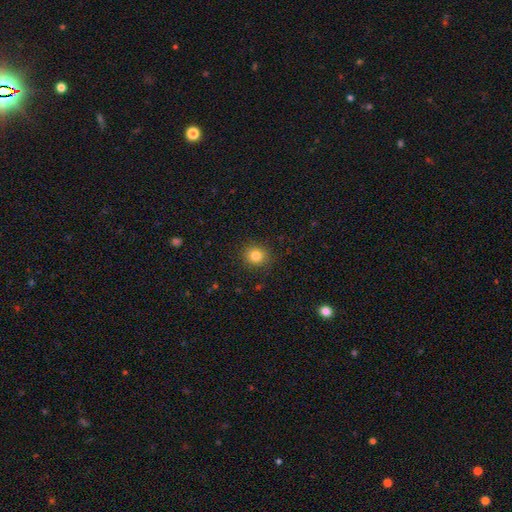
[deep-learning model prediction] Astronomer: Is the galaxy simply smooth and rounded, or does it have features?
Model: smooth — 83%.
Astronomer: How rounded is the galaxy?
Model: round — 86%.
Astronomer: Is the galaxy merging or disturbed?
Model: none — 90%.